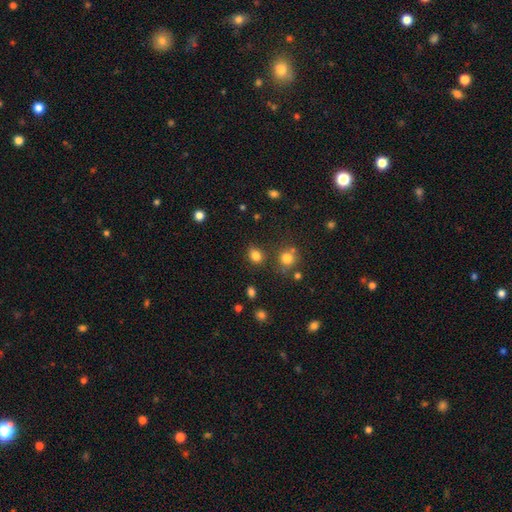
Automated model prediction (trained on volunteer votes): smooth_or_featured: smooth (p=0.81) [alt: star or artifact p=0.13]
how_rounded: in between (p=0.53) [alt: round p=0.46]
merging: none (p=0.77) [alt: minor disturbance p=0.13]